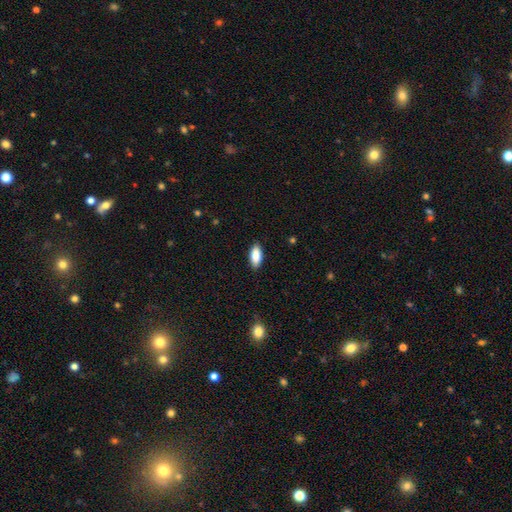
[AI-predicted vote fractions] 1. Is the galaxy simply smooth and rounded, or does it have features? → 87% smooth, 7% featured or disk, 6% star or artifact.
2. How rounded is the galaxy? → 85% in between, 12% cigar-shaped, 2% round.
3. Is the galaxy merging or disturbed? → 88% none, 9% minor disturbance, 2% major disturbance, 1% merger.